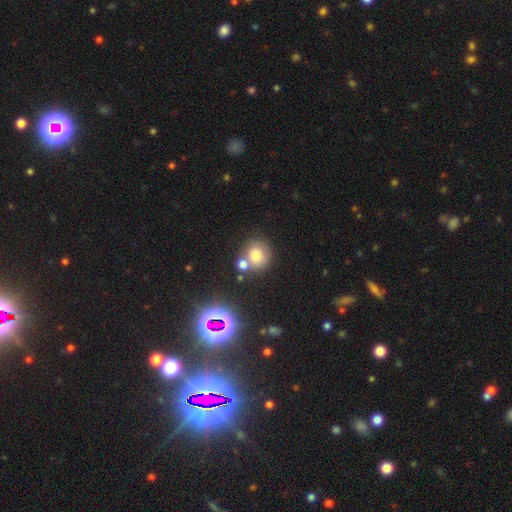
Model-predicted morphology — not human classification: smooth_or_featured: smooth (p=0.74) [alt: star or artifact p=0.15]
how_rounded: round (p=0.83) [alt: in between p=0.16]
merging: none (p=0.57) [alt: merger p=0.28]